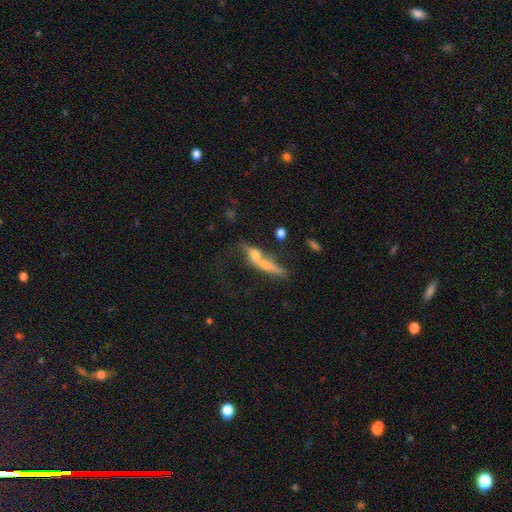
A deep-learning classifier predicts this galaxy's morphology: The model was most divided on "smooth or featured": featured or disk: 51%, smooth: 38%, star or artifact: 11%. Remaining: edge-on disk — yes (64%); merging — merger (45%).